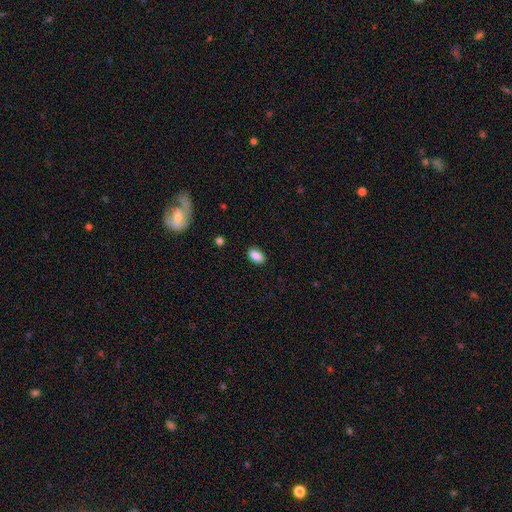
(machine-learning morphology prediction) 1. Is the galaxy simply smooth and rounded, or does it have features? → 88% smooth, 8% star or artifact, 4% featured or disk.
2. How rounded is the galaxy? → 89% in between, 8% round, 2% cigar-shaped.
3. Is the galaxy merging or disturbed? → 87% none, 10% minor disturbance, 2% major disturbance, 1% merger.